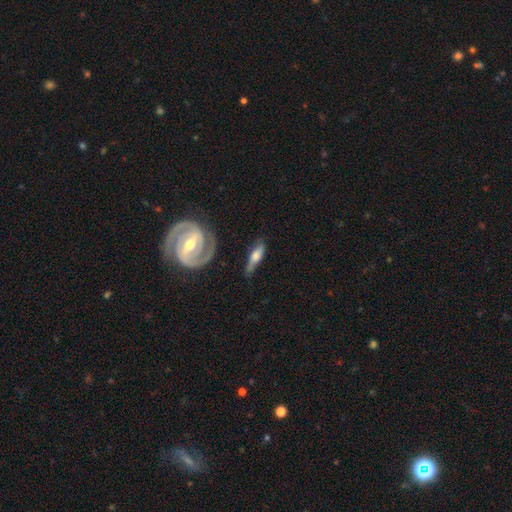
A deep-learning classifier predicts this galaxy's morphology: A featured or disk galaxy (50%).

Vote fractions:
- Smooth or featured? featured or disk: 50% / smooth: 43% / star or artifact: 7%
- Merging? none: 54% / minor disturbance: 28% / major disturbance: 14% / merger: 5%